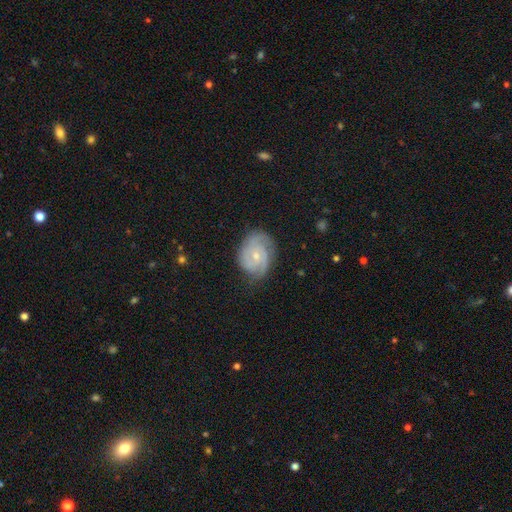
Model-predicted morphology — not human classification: smooth-or-featured: featured or disk: 80% | smooth: 14% | star or artifact: 6%
  disk-edge-on: no: 98% | yes: 2%
    bar: no: 71% | weak: 25% | strong: 4%
    has-spiral-arms: yes: 96% | no: 4%
      spiral-winding: tight: 56% | medium: 36% | loose: 8%
      spiral-arm-count: 3: 38% | 2: 32% | can't tell: 17% | 4: 5% | 1: 4% | more than 4: 4%
    bulge-size: small: 63% | moderate: 33% | none: 2% | large: 1% | dominant: 1%
  merging: none: 70% | minor disturbance: 22% | major disturbance: 6% | merger: 1%